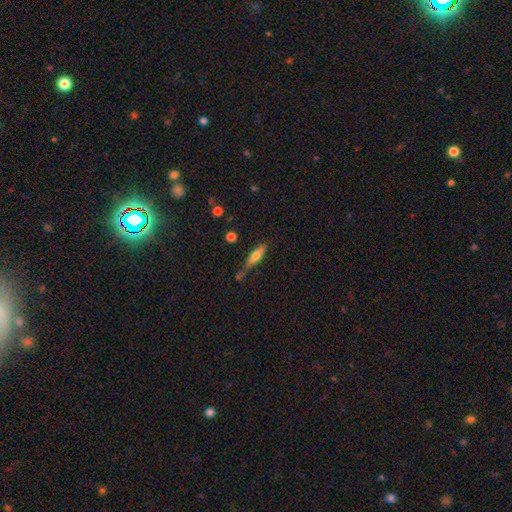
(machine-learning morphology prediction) A smooth galaxy with no disk features (65%) that is cigar-shaped (71%).

Vote fractions:
- Smooth or featured? smooth: 65% / featured or disk: 27% / star or artifact: 8%
- How rounded? cigar-shaped: 71% / in between: 27% / round: 2%
- Merging? none: 58% / minor disturbance: 22% / merger: 12% / major disturbance: 7%